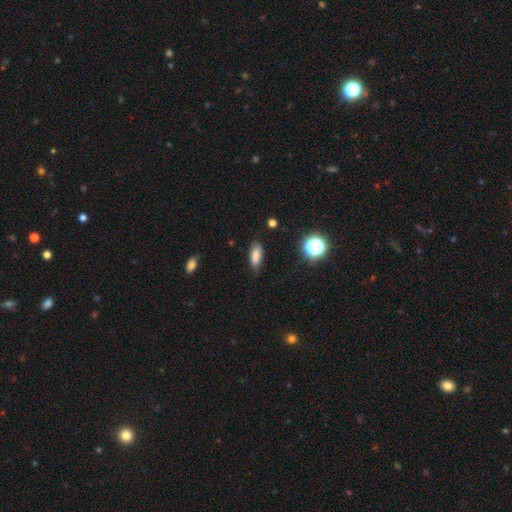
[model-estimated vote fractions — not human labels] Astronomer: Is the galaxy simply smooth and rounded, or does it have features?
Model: smooth — 82%.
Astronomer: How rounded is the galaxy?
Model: in between — 76%.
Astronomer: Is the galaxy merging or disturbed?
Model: none — 79%.